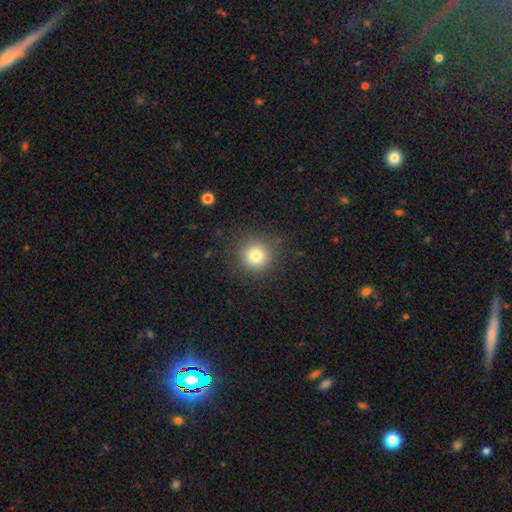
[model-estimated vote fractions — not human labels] Smooth or featured? Predicted: smooth (p=0.79). How rounded? Predicted: round (p=0.94). Merging? Predicted: none (p=0.87).